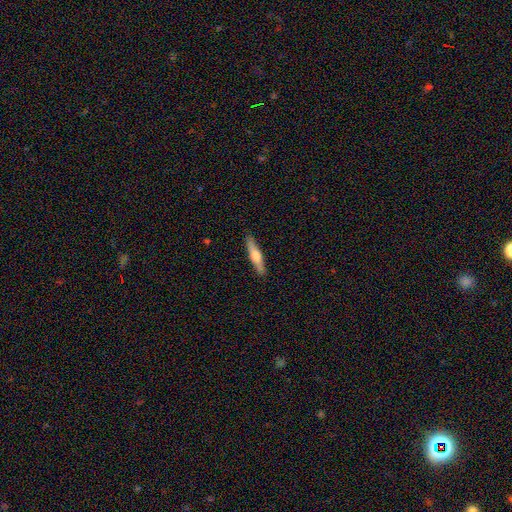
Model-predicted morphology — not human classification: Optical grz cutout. It shows a smooth galaxy with no disk features (51%) that is cigar-shaped (86%). Merging: none (89%).